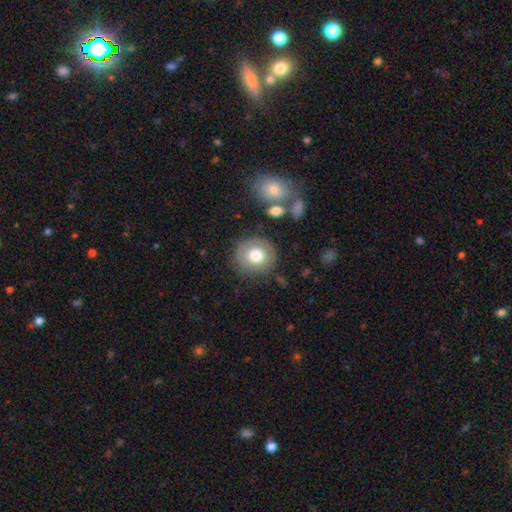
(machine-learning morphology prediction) Smooth or featured? Predicted: smooth (p=0.72). How rounded? Predicted: round (p=0.90). Merging? Predicted: none (p=0.81).